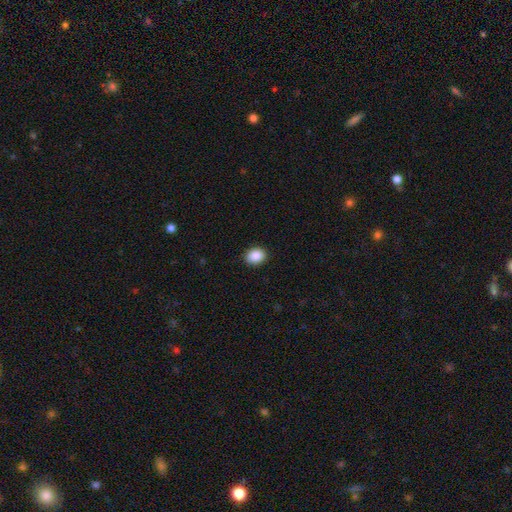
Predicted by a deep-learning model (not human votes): A smooth galaxy with no disk features (89%) that is in between round and cigar-shaped (52%).

Vote fractions:
- Smooth or featured? smooth: 89% / star or artifact: 8% / featured or disk: 3%
- How rounded? in between: 52% / round: 47% / cigar-shaped: 1%
- Merging? none: 90% / minor disturbance: 7% / major disturbance: 2% / merger: 1%